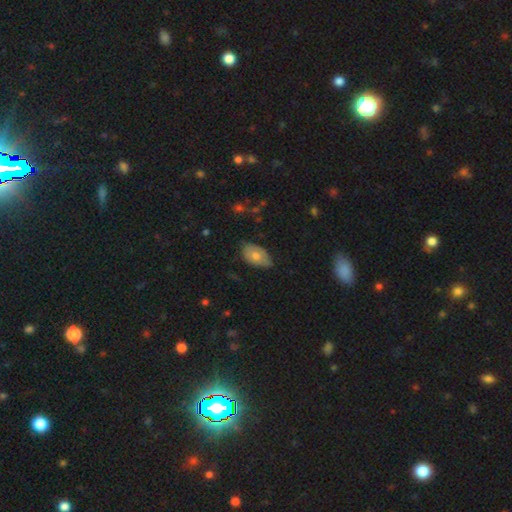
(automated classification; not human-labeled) The model was most divided on "merging": none: 60%, minor disturbance: 32%, major disturbance: 6%, merger: 1%. More confident: how rounded — in between (91%); smooth or featured — smooth (63%).